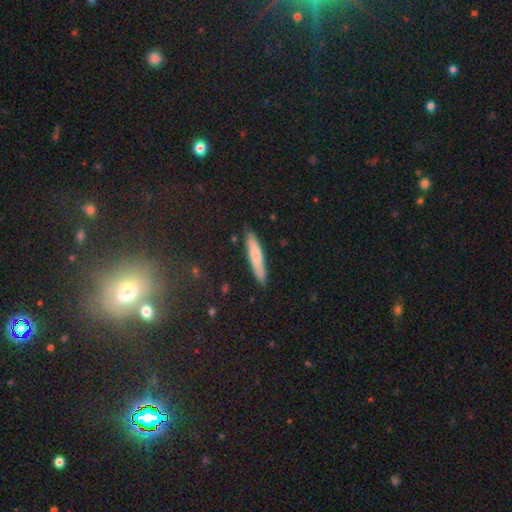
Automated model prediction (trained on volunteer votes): Q: Smooth or featured?
A: smooth (72%); runner-up: featured or disk (22%)
Q: How rounded?
A: cigar-shaped (88%); runner-up: in between (11%)
Q: Merging?
A: none (86%); runner-up: minor disturbance (11%)